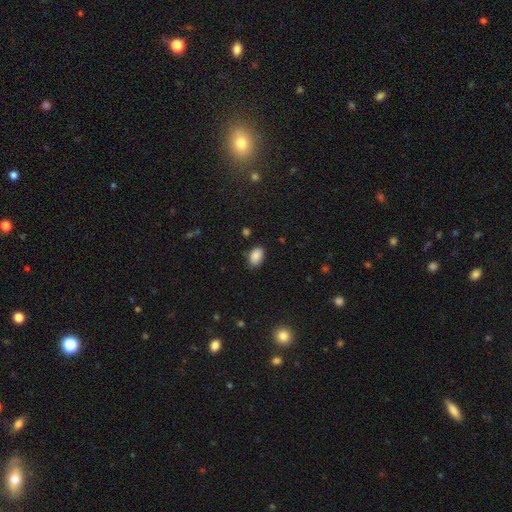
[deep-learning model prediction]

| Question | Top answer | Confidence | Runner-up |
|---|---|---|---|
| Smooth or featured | smooth | 87% | star or artifact (8%) |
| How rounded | in between | 89% | round (10%) |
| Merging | none | 81% | minor disturbance (15%) |